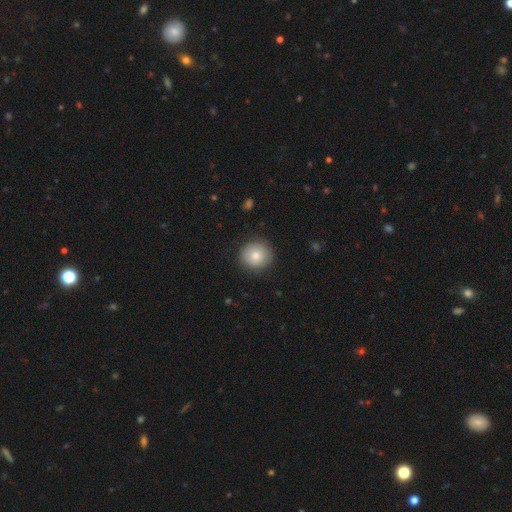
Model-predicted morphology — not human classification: Smooth or featured? Predicted: smooth (p=0.81). How rounded? Predicted: round (p=0.93). Merging? Predicted: none (p=0.88).